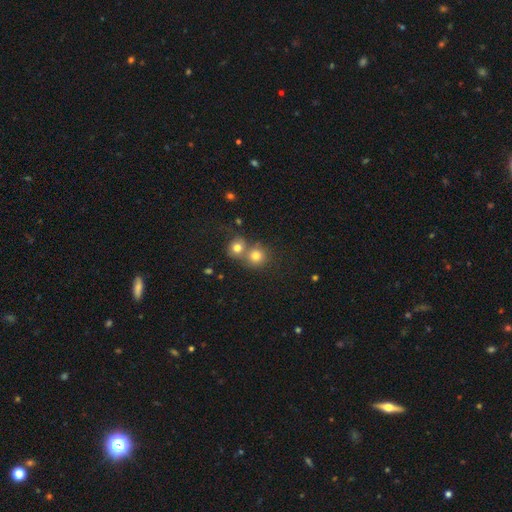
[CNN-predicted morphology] A smooth galaxy with no disk features (77%) that is round (86%). Merging: merger (47%).